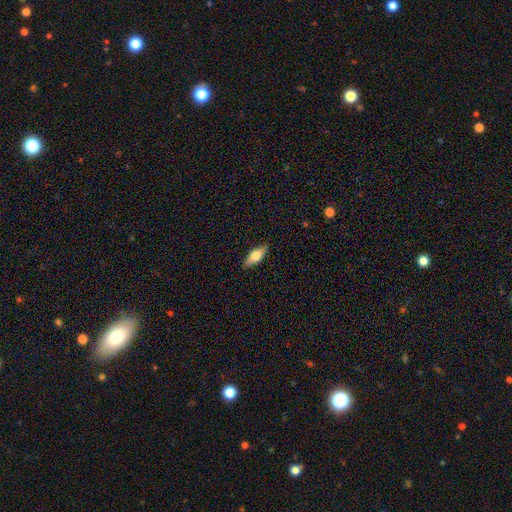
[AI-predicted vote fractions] A smooth galaxy with no disk features (60%) that is in between round and cigar-shaped (65%).

Vote fractions:
- Smooth or featured? smooth: 60% / featured or disk: 34% / star or artifact: 6%
- How rounded? in between: 65% / cigar-shaped: 32% / round: 3%
- Merging? none: 86% / minor disturbance: 10% / major disturbance: 2% / merger: 1%